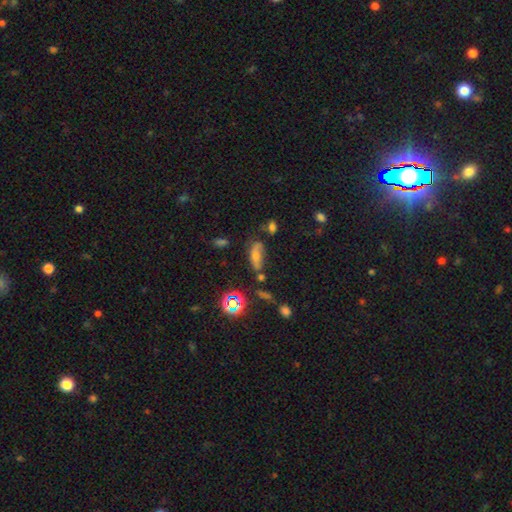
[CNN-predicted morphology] smooth 47%, featured or disk 29%, star or artifact 24%. Down the decision tree: merging — none (48%).